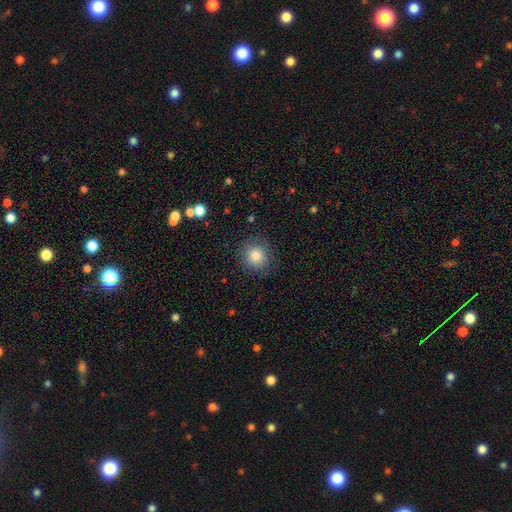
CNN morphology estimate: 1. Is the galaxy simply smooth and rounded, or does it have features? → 82% smooth, 10% star or artifact, 8% featured or disk.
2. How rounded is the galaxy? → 90% round, 9% in between, 1% cigar-shaped.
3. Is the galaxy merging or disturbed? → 86% none, 10% minor disturbance, 3% major disturbance, 1% merger.